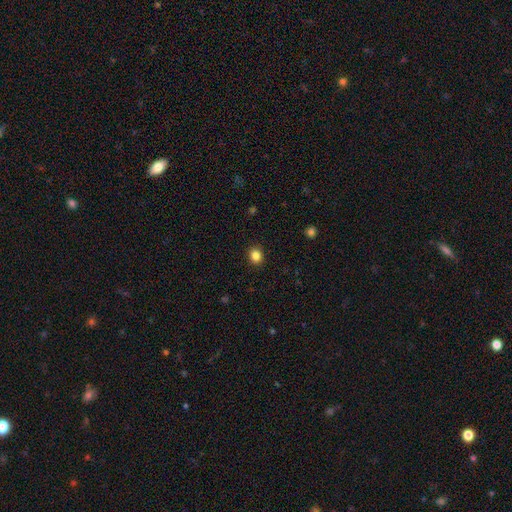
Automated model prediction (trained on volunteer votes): smooth-or-featured: smooth: 85% | star or artifact: 11% | featured or disk: 4%
  how-rounded: round: 72% | in between: 27% | cigar-shaped: 1%
  merging: none: 91% | minor disturbance: 6% | major disturbance: 2% | merger: 1%